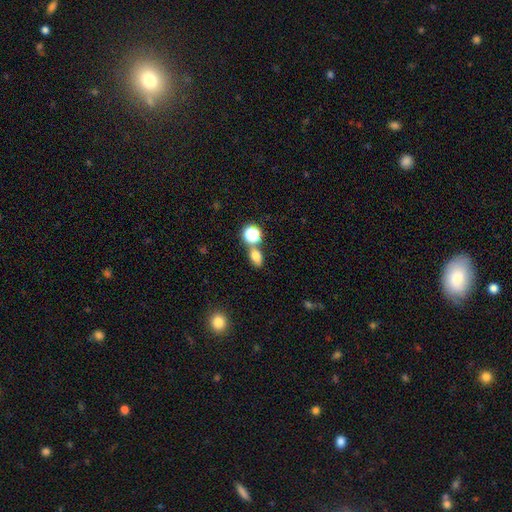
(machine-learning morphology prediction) A smooth galaxy with no disk features (75%) that is in between round and cigar-shaped (74%).

Vote fractions:
- Smooth or featured? smooth: 75% / star or artifact: 16% / featured or disk: 9%
- How rounded? in between: 74% / round: 23% / cigar-shaped: 4%
- Merging? none: 63% / merger: 22% / minor disturbance: 11% / major disturbance: 4%